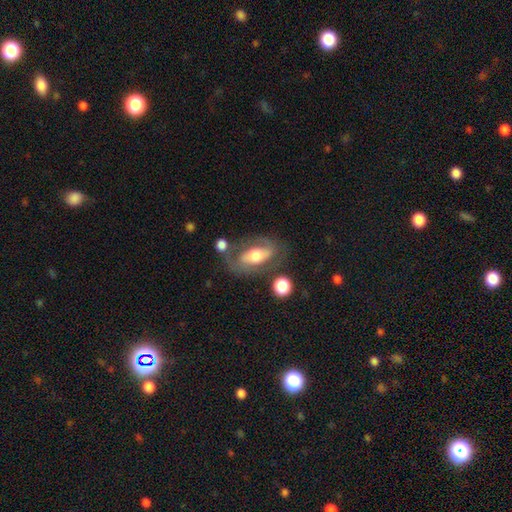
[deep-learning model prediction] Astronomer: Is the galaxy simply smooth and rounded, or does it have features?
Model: featured or disk — 58% (runner-up: smooth, 35%).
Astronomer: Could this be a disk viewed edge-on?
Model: no — 87%.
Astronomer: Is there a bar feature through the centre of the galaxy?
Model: no — 48% (runner-up: weak, 26%).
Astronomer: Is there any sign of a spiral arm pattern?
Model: yes — 58% (runner-up: no, 42%).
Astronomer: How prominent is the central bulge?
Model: moderate — 60%.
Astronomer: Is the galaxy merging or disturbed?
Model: none — 59%.